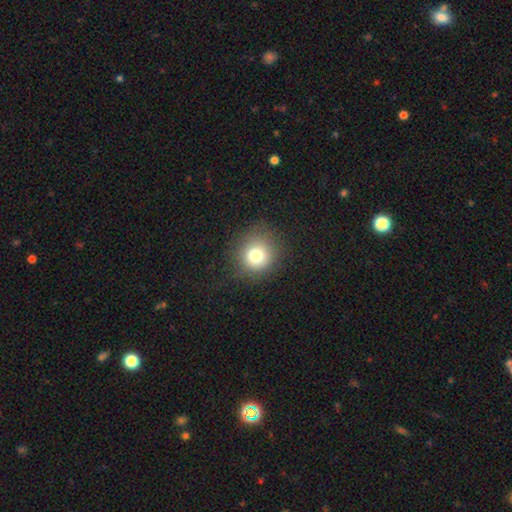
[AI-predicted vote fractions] This is likely a smooth galaxy (76%). How rounded: clearly round (90%). Merging: clearly none (81%).